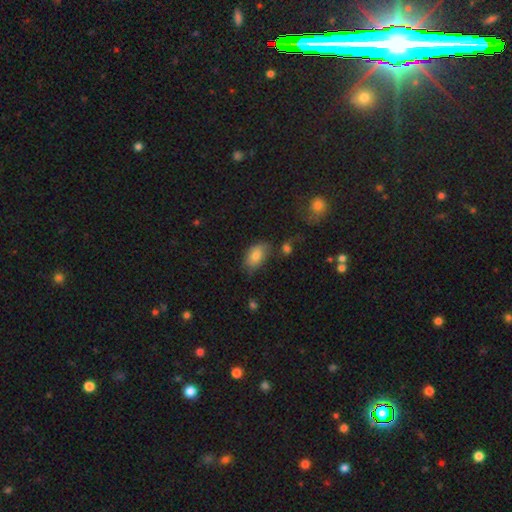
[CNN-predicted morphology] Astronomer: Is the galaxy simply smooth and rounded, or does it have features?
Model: smooth — 79%.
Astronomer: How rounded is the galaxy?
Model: in between — 90%.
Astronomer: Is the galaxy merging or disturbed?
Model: none — 62%.